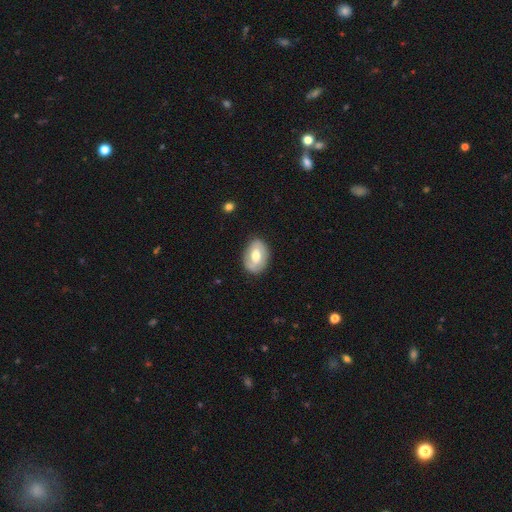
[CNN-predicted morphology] Smooth or featured: smooth — 48% (featured or disk — 45%)
Merging: none — 80% (minor disturbance — 15%)